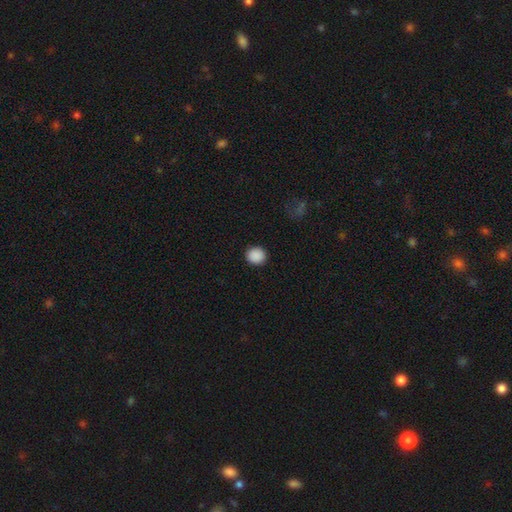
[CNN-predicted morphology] The model was most divided on "how rounded": round: 86%, in between: 13%, cigar-shaped: 1%. More confident: merging — none (92%); smooth or featured — smooth (89%).